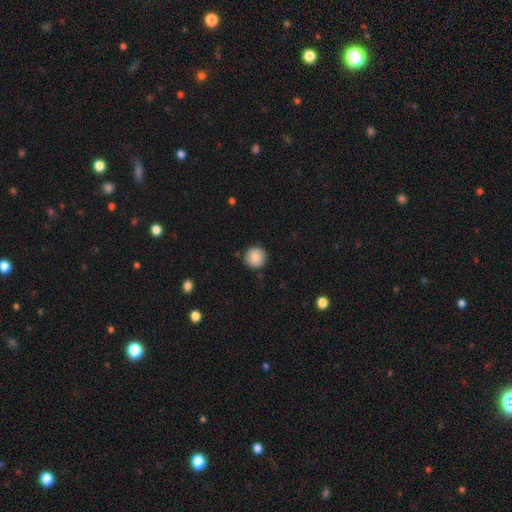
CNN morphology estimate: This appears to be a smooth galaxy with no disk features (87%) that is round (93%). Merging: none (88%).